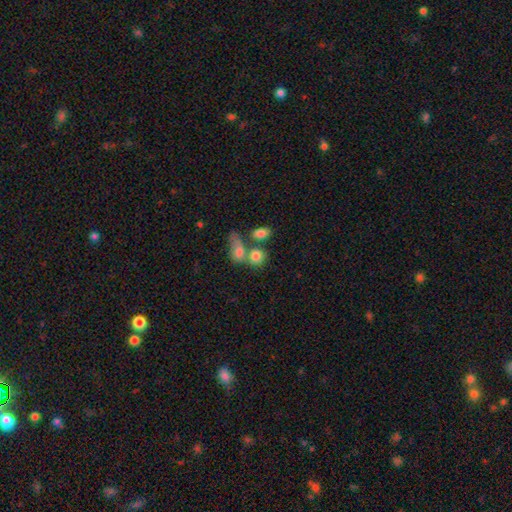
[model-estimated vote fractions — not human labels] Overall: smooth (79%). How rounded: round (57%; in between 41%). Merging: merger (43%; none 40%).